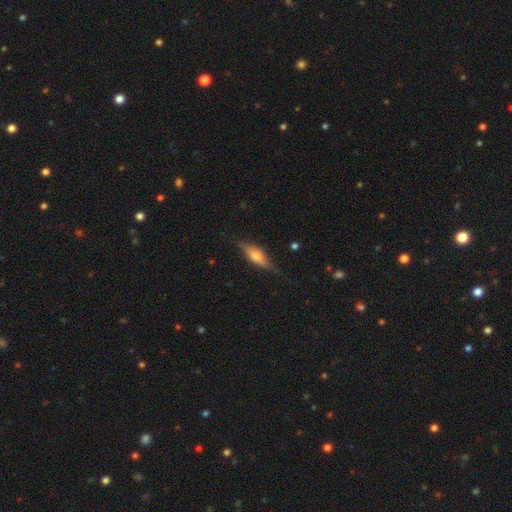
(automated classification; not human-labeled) This is possibly a featured or disk galaxy (52%). It is clearly viewed edge-on (92%). Merging: likely none (78%).